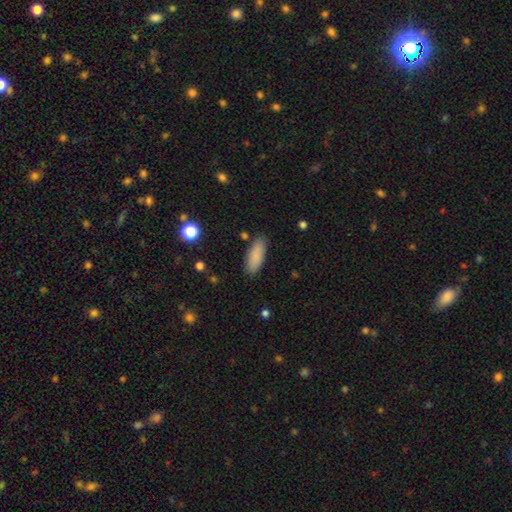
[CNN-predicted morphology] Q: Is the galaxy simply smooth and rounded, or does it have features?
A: smooth — 86%.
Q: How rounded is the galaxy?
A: in between — 70%.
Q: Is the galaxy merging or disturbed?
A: none — 85%.